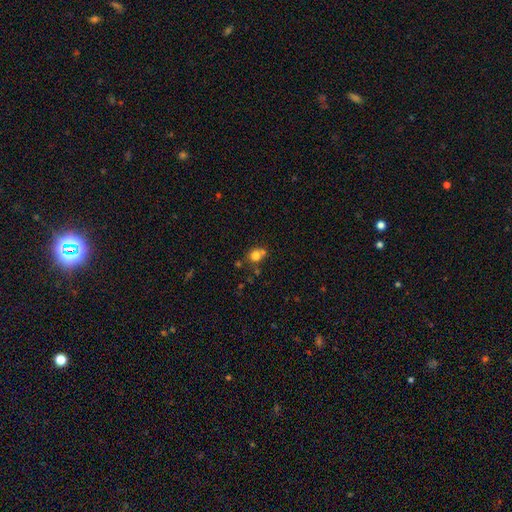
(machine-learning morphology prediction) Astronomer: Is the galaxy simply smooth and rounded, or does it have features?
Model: smooth — 76%.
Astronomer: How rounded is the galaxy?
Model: round — 83%.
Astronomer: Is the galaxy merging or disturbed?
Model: none — 55% (runner-up: merger, 30%).